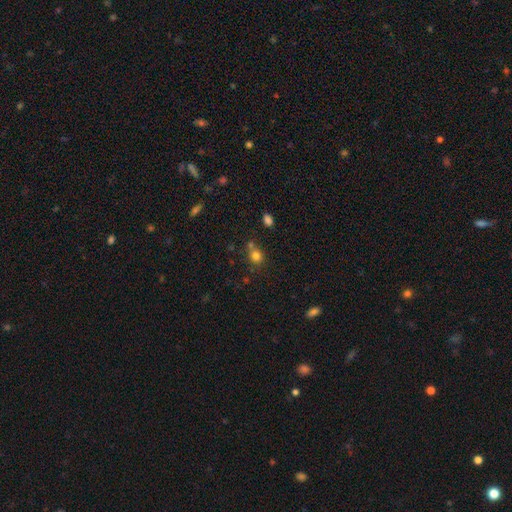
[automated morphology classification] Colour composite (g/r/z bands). It shows a smooth galaxy with no disk features (78%) that is round (78%). Merging: none (57%).